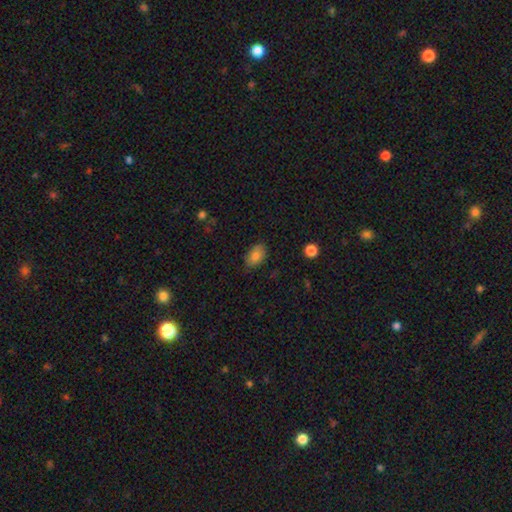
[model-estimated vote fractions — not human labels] Q: Smooth or featured?
A: smooth (81%); runner-up: featured or disk (11%)
Q: How rounded?
A: in between (88%); runner-up: round (11%)
Q: Merging?
A: none (81%); runner-up: minor disturbance (15%)